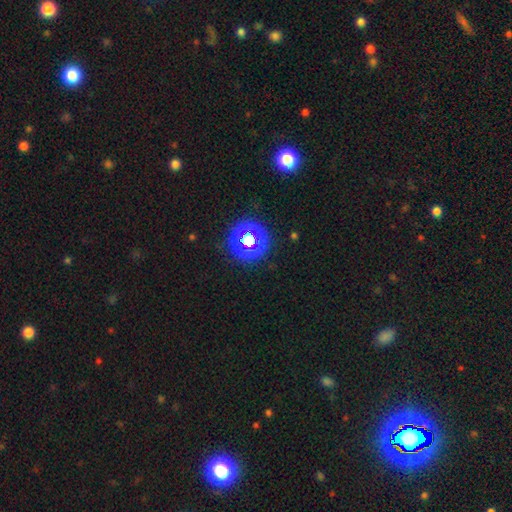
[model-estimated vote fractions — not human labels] Smooth or featured?
  - star or artifact: 50% *
  - smooth: 44%
  - featured or disk: 6%